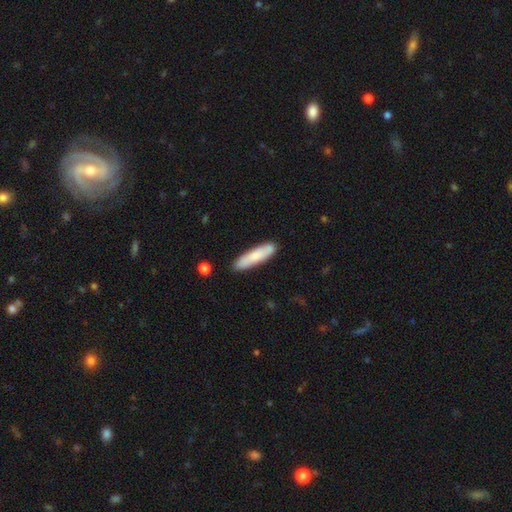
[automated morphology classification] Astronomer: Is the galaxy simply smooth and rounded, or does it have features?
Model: smooth — 73%.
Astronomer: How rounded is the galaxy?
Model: cigar-shaped — 77%.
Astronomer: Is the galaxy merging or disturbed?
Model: none — 84%.